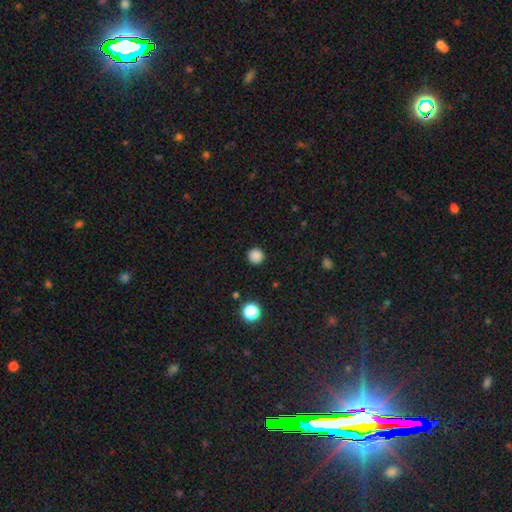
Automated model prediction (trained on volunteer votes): Smooth or featured? smooth (86%)
How rounded? round (95%)
Merging? none (92%)